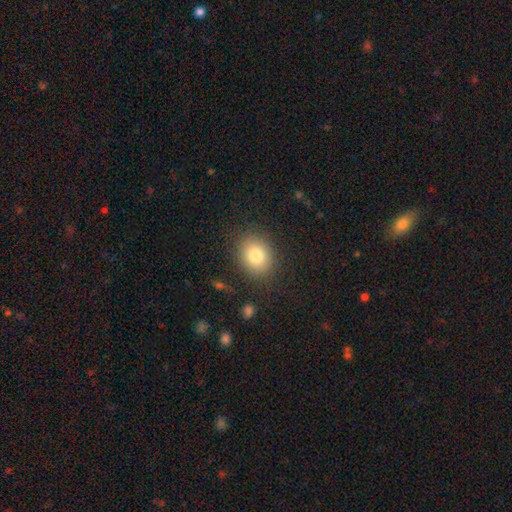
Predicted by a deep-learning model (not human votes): The model was most divided on "how rounded": round: 57%, in between: 42%, cigar-shaped: 1%. More confident: merging — none (84%); smooth or featured — smooth (80%).